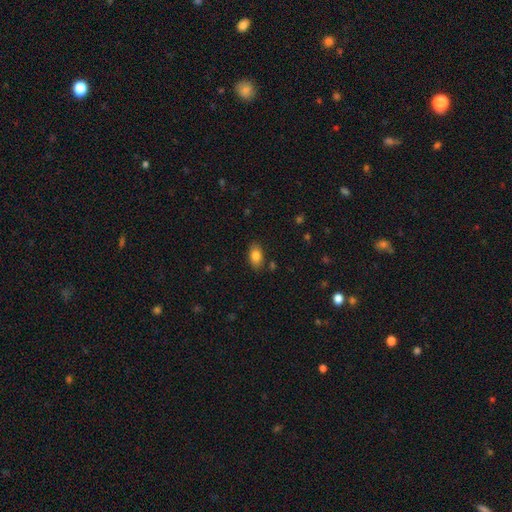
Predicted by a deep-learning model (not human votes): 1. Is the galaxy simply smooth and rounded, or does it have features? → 82% smooth, 10% featured or disk, 8% star or artifact.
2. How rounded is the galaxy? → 91% in between, 7% round, 2% cigar-shaped.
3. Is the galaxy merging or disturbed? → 85% none, 11% minor disturbance, 2% major disturbance, 2% merger.